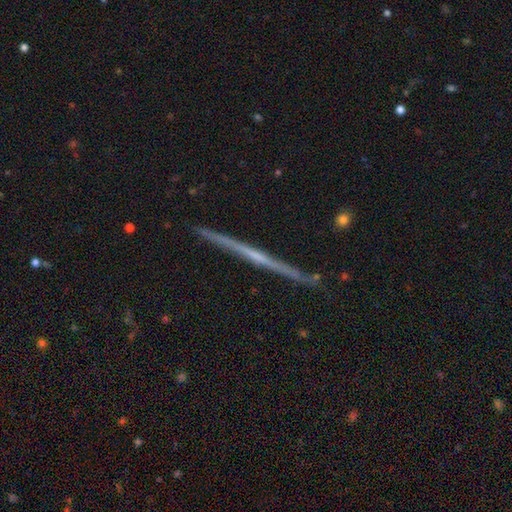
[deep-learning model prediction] This appears to be a featured or disk galaxy (78%) viewed edge-on (98%) with a rounded central bulge (46%, tied with none). Merging: none (92%).